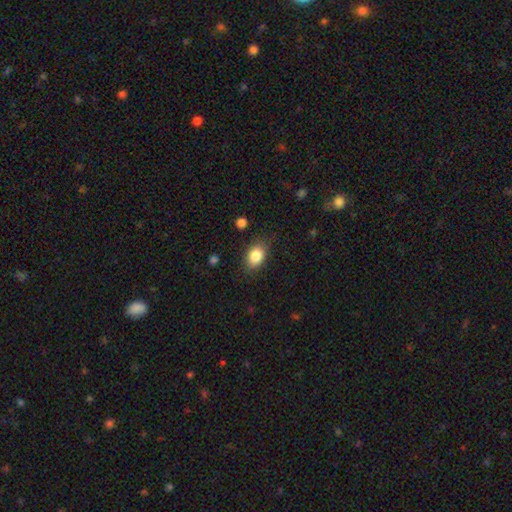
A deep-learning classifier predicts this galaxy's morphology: smooth-or-featured: smooth: 86% | star or artifact: 8% | featured or disk: 6%
  how-rounded: in between: 76% | round: 23% | cigar-shaped: 1%
  merging: none: 81% | minor disturbance: 14% | major disturbance: 4% | merger: 1%